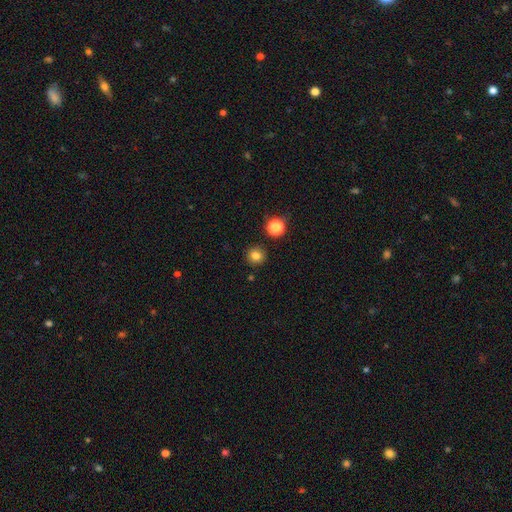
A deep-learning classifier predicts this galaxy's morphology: The model was most divided on "smooth or featured": smooth: 81%, star or artifact: 13%, featured or disk: 5%. More confident: how rounded — round (92%); merging — none (90%).